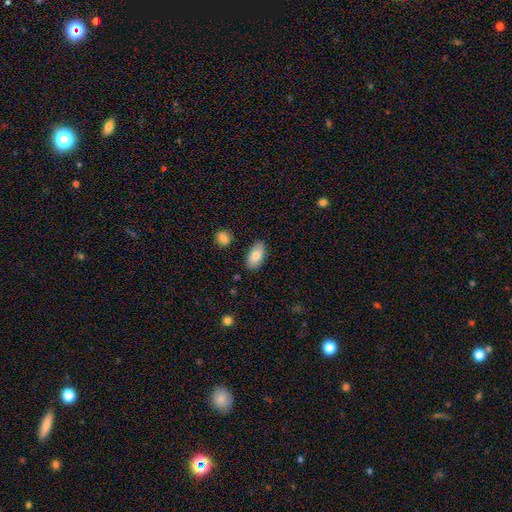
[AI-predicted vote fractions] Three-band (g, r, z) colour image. It shows a smooth galaxy with no disk features (80%) that is in between round and cigar-shaped (94%). Merging: none (83%).